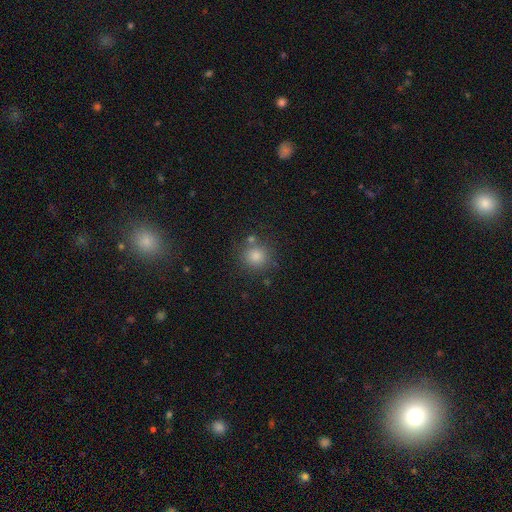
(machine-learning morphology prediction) Q: Smooth or featured?
A: smooth (78%); runner-up: star or artifact (15%)
Q: How rounded?
A: round (91%); runner-up: in between (8%)
Q: Merging?
A: none (78%); runner-up: minor disturbance (9%)